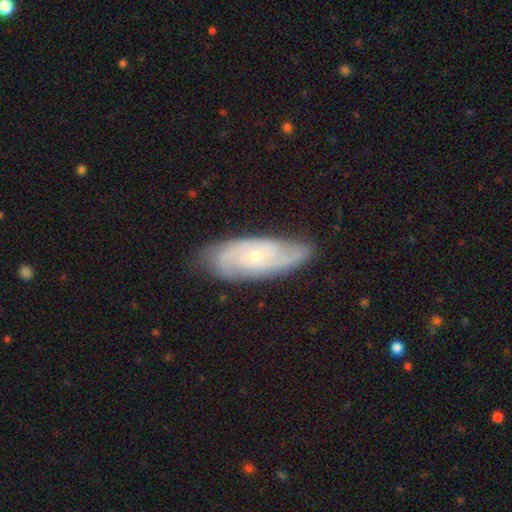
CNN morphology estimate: type=featured or disk (80%); edge-on=no (91%); bar=no (74%); spiral arms=yes (94%); winding=tight (58%); arm count=2 (49%); bulge=small (75%); merging=none (78%).